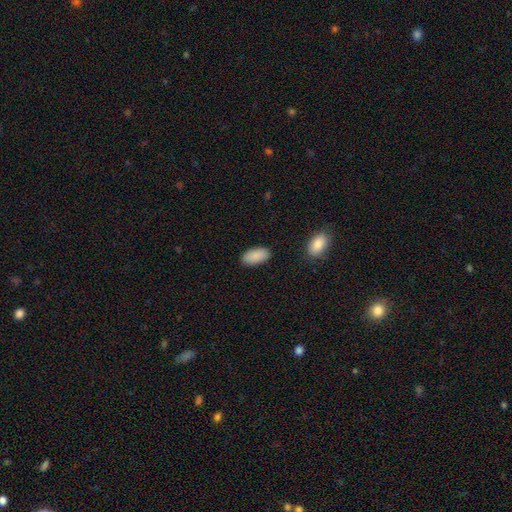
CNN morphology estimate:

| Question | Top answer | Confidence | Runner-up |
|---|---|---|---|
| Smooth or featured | smooth | 89% | star or artifact (6%) |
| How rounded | in between | 95% | cigar-shaped (3%) |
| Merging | none | 88% | minor disturbance (8%) |